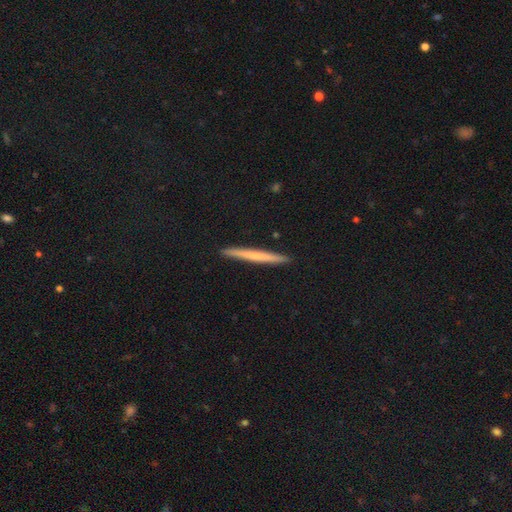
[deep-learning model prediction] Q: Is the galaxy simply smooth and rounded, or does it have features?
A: smooth — 57%.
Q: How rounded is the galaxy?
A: cigar-shaped — 97%.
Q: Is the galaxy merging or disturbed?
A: none — 92%.